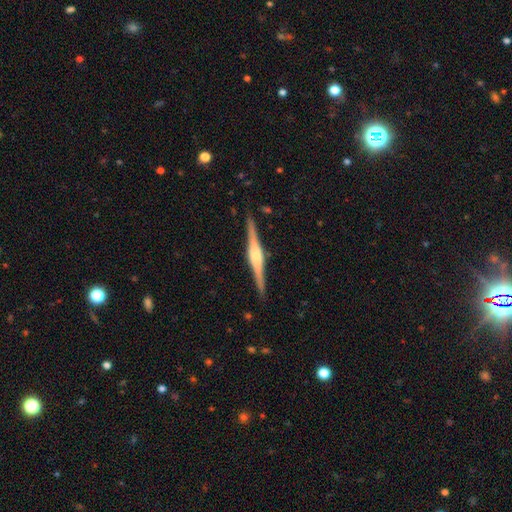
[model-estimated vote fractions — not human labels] Smooth or featured? Predicted: featured or disk (p=0.82). Edge-on disk? Predicted: yes (p=0.98). Edge-on bulge? Predicted: rounded (p=0.69). Merging? Predicted: none (p=0.89).